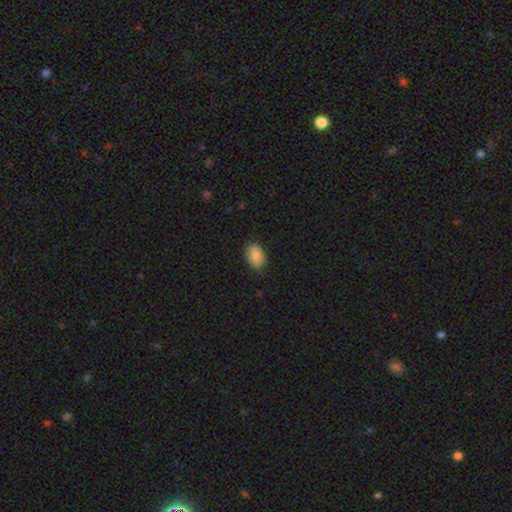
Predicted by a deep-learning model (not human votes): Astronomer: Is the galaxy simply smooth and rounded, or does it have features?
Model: smooth — 87%.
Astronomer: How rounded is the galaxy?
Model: in between — 85%.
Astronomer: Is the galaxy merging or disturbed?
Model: none — 79%.